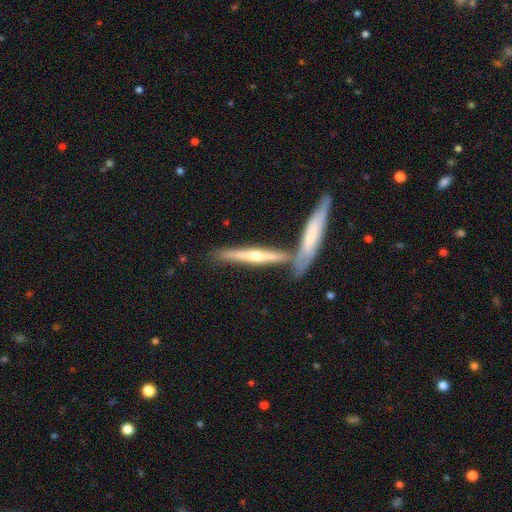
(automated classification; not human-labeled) The model was most divided on "merging": none: 62%, merger: 25%, minor disturbance: 10%, major disturbance: 3%. More confident: edge-on disk — yes (95%); edge-on bulge — rounded (75%); smooth or featured — featured or disk (68%).